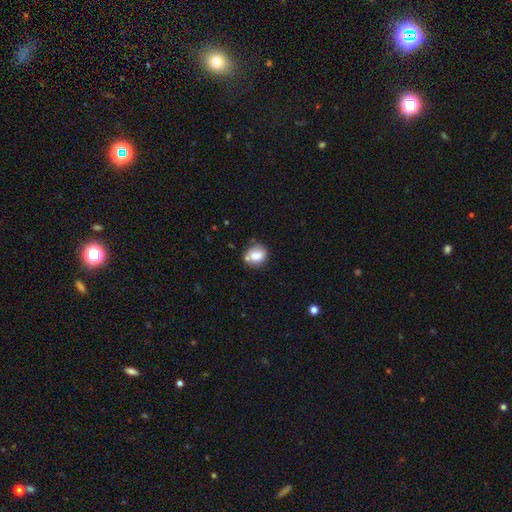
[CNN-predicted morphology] smooth-or-featured: smooth: 78% | featured or disk: 13% | star or artifact: 9%
  how-rounded: round: 64% | in between: 35% | cigar-shaped: 1%
  merging: none: 65% | minor disturbance: 19% | merger: 11% | major disturbance: 5%